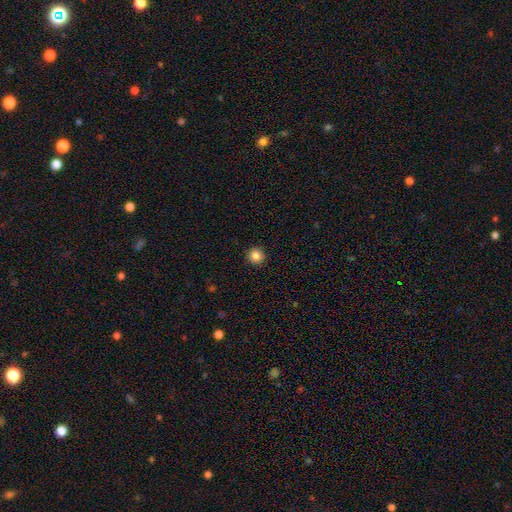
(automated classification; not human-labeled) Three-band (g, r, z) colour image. It shows a smooth galaxy with no disk features (86%) that is round (95%). Merging: none (92%).